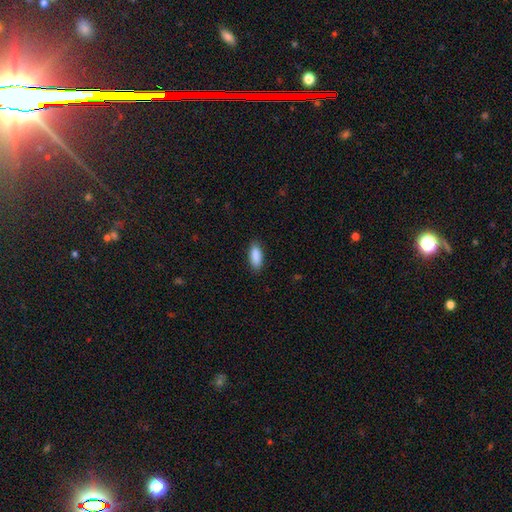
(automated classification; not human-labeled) A smooth galaxy with no disk features (90%) that is in between round and cigar-shaped (80%).

Vote fractions:
- Smooth or featured? smooth: 90% / star or artifact: 6% / featured or disk: 4%
- How rounded? in between: 80% / cigar-shaped: 19% / round: 2%
- Merging? none: 87% / minor disturbance: 10% / major disturbance: 2% / merger: 1%